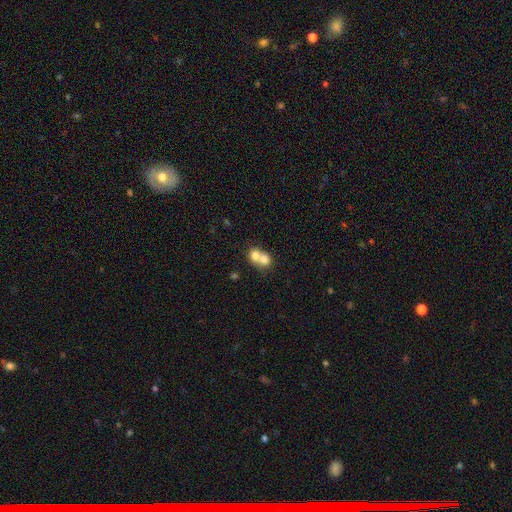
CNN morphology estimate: A smooth galaxy with no disk features (72%) that is round (71%).

Vote fractions:
- Smooth or featured? smooth: 72% / featured or disk: 19% / star or artifact: 9%
- How rounded? round: 71% / in between: 28% / cigar-shaped: 1%
- Merging? merger: 72% / none: 22% / minor disturbance: 4% / major disturbance: 2%